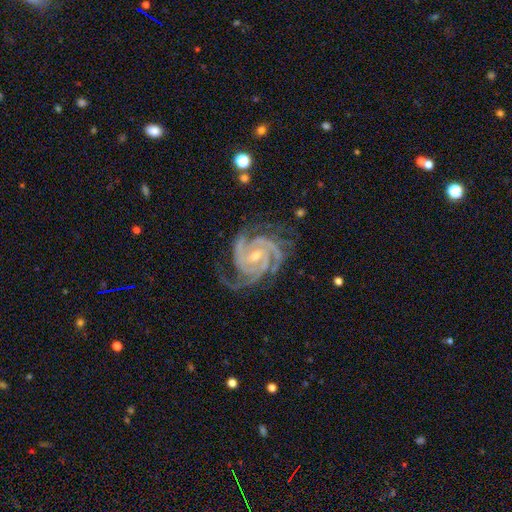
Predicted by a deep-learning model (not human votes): Smooth or featured: featured or disk — 94% (star or artifact — 4%)
Edge-on disk: no — 98% (yes — 2%)
Bar: weak — 41% (no — 38%)
Spiral arms: yes — 99% (no — 1%)
Spiral winding: tight — 71% (medium — 27%)
Spiral arm count: 3 — 47% (2 — 19%)
Bulge size: small — 58% (moderate — 39%)
Merging: none — 71% (minor disturbance — 19%)